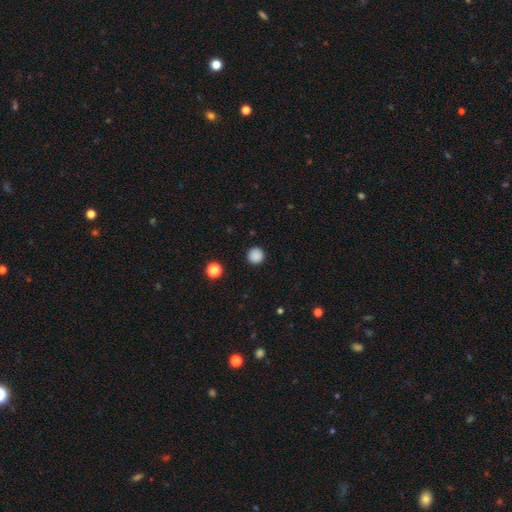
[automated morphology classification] A smooth galaxy with no disk features (87%) that is round (96%). Merging: none (92%).